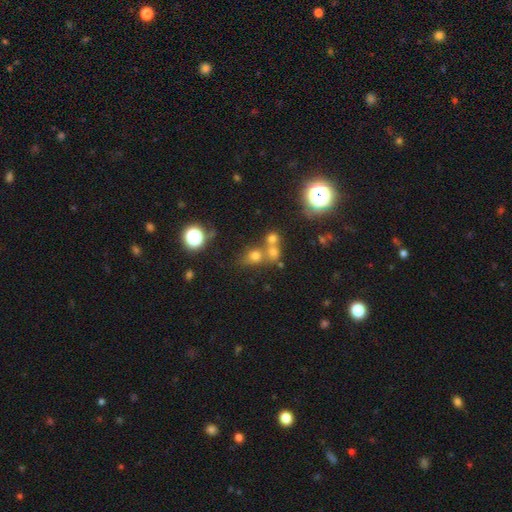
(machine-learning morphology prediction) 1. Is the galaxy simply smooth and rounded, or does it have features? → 58% smooth, 30% star or artifact, 12% featured or disk.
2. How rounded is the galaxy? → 76% round, 23% in between, 1% cigar-shaped.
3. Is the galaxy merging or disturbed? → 47% none, 42% merger, 7% minor disturbance, 4% major disturbance.